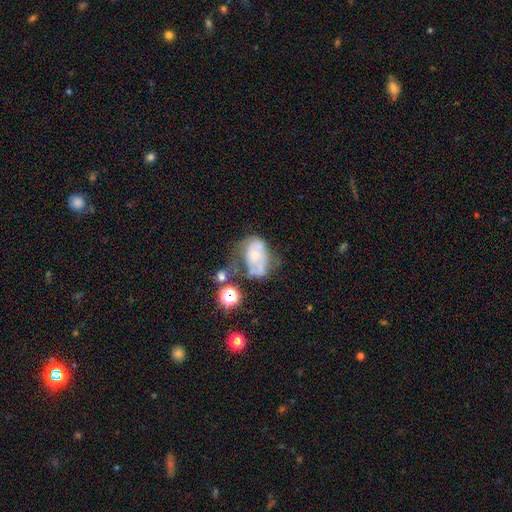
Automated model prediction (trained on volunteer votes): Smooth or featured? featured or disk (53%)
Edge-on disk? no (96%)
Bar? no (84%)
Spiral arms? no (67%)
Bulge size? small (48%)
Merging? major disturbance (32%)